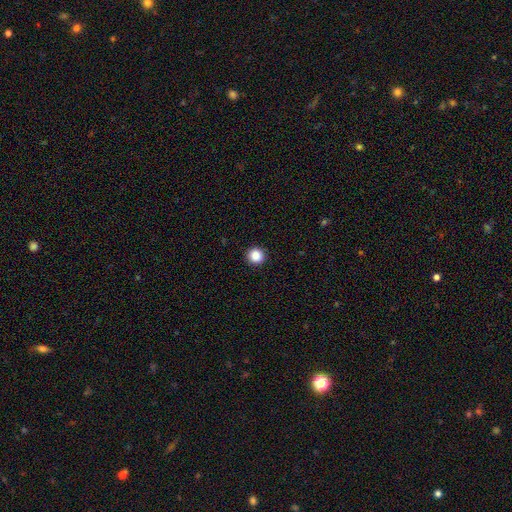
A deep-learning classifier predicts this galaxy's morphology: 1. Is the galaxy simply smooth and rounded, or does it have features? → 87% smooth, 10% star or artifact, 3% featured or disk.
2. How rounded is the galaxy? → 94% round, 5% in between, 1% cigar-shaped.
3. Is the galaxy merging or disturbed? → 93% none, 4% minor disturbance, 2% major disturbance, 1% merger.